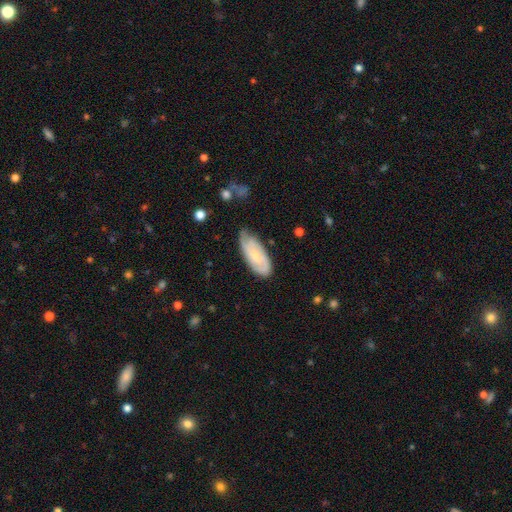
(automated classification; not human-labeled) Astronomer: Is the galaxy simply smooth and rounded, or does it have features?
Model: featured or disk — 59% (runner-up: smooth, 35%).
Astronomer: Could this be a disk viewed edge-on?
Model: no — 92%.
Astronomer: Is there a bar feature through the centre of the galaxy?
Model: no — 68%.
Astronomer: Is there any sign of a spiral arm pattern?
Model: yes — 91%.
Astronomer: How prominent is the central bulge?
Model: small — 60%.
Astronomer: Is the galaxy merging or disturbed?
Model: none — 64%.